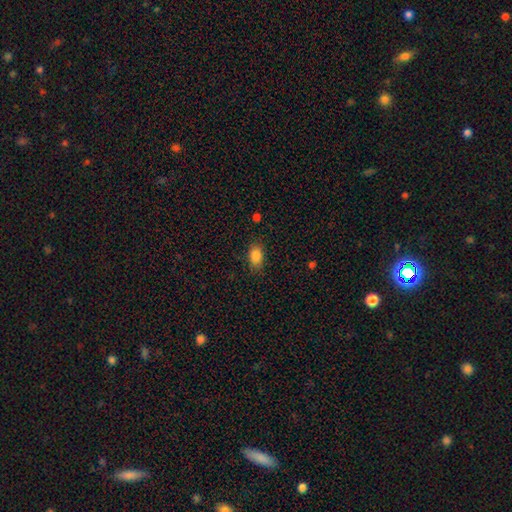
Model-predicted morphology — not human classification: Smooth or featured: smooth — 87% (star or artifact — 9%)
How rounded: in between — 85% (round — 13%)
Merging: none — 82% (minor disturbance — 14%)